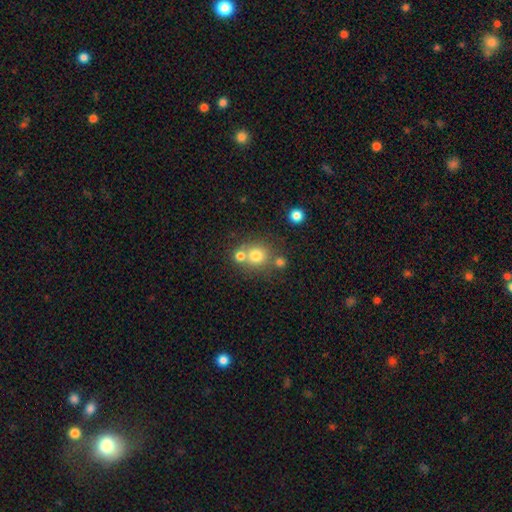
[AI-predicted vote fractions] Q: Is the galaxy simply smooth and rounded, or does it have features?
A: smooth — 73%.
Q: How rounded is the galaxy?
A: round — 86%.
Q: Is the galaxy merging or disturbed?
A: none — 58%.